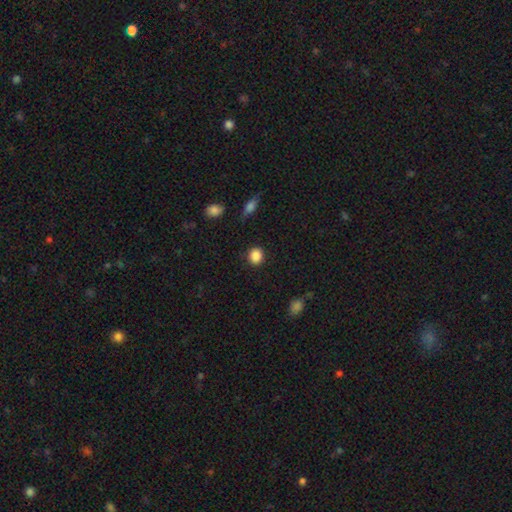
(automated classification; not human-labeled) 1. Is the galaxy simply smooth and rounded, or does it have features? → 87% smooth, 9% star or artifact, 4% featured or disk.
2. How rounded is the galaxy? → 79% round, 20% in between, 1% cigar-shaped.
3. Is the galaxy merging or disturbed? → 89% none, 7% minor disturbance, 2% major disturbance, 1% merger.